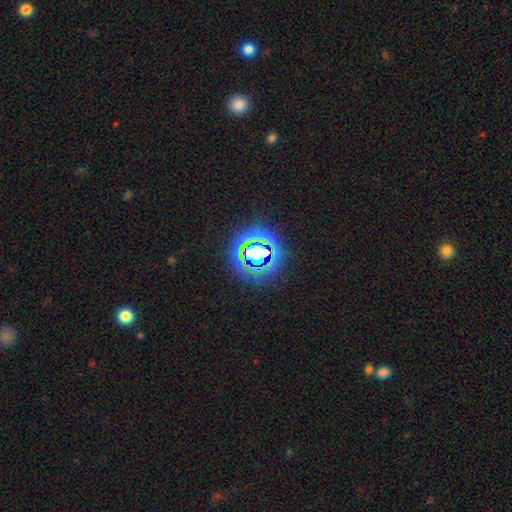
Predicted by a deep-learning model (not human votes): star or artifact 66%, smooth 20%, featured or disk 13%.